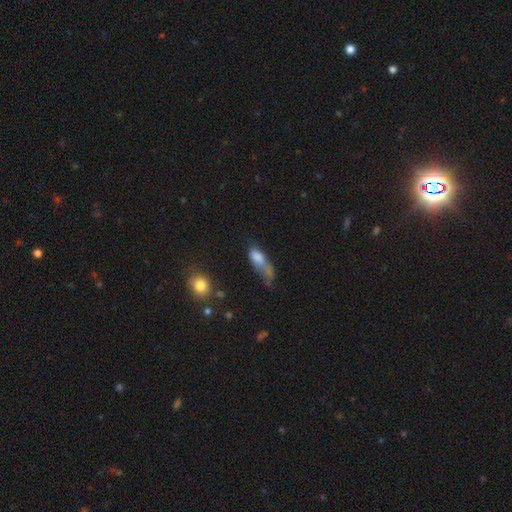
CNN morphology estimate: Q: Smooth or featured?
A: smooth (66%); runner-up: featured or disk (22%)
Q: How rounded?
A: in between (61%); runner-up: cigar-shaped (34%)
Q: Merging?
A: major disturbance (40%); runner-up: minor disturbance (26%)